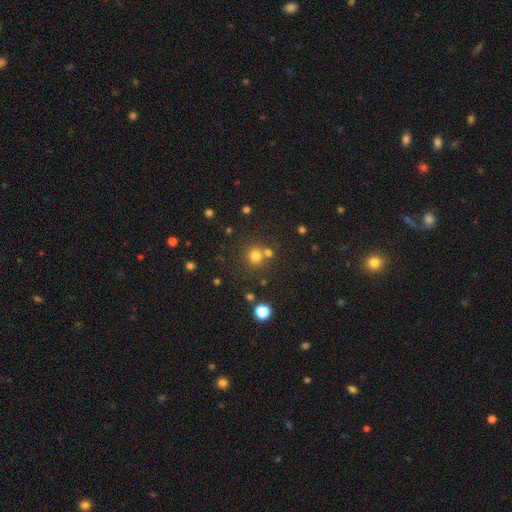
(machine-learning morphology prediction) type=smooth (76%); roundness=round (90%); merging=none (68%).